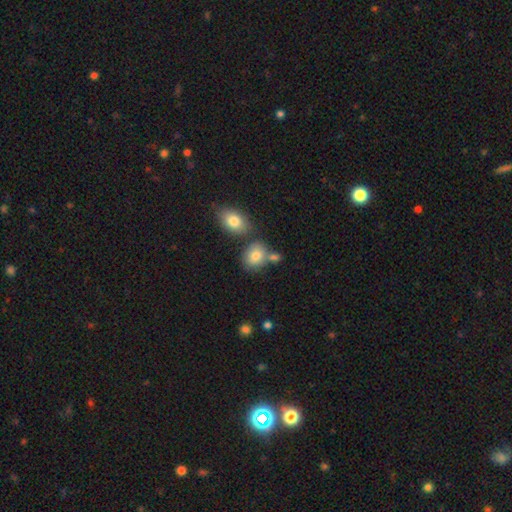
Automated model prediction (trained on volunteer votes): smooth 80%, featured or disk 11%, star or artifact 9%. Down the decision tree: how rounded — in between (61%); merging — none (57%).